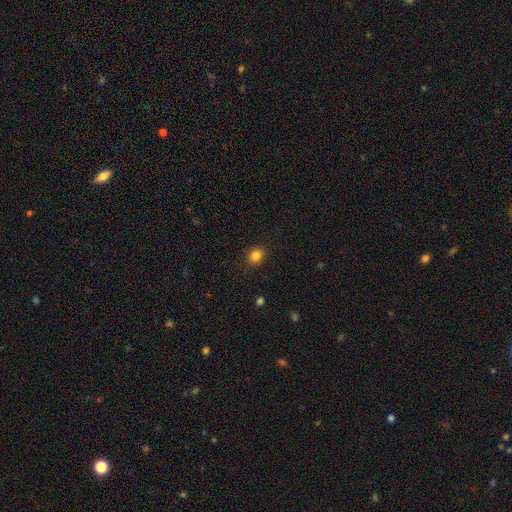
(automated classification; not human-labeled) A smooth galaxy with no disk features (84%) that is round (77%).

Vote fractions:
- Smooth or featured? smooth: 84% / star or artifact: 12% / featured or disk: 4%
- How rounded? round: 77% / in between: 22% / cigar-shaped: 1%
- Merging? none: 89% / minor disturbance: 8% / major disturbance: 2% / merger: 1%